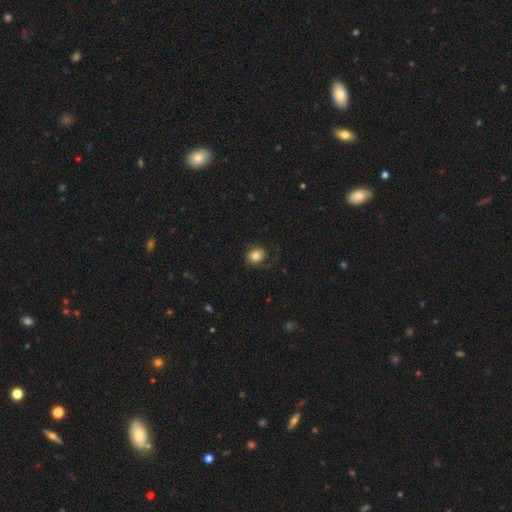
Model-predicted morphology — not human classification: smooth 77%, featured or disk 14%, star or artifact 9%. Down the decision tree: how rounded — round (58%); merging — none (67%).